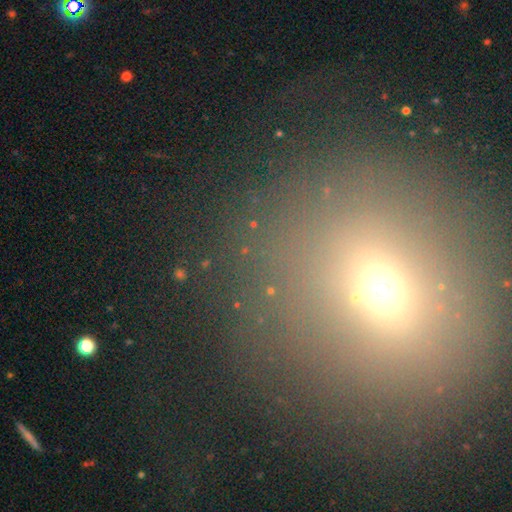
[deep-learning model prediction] This is marginally a smooth galaxy (44%, tied with star or artifact). Merging: likely none (77%).